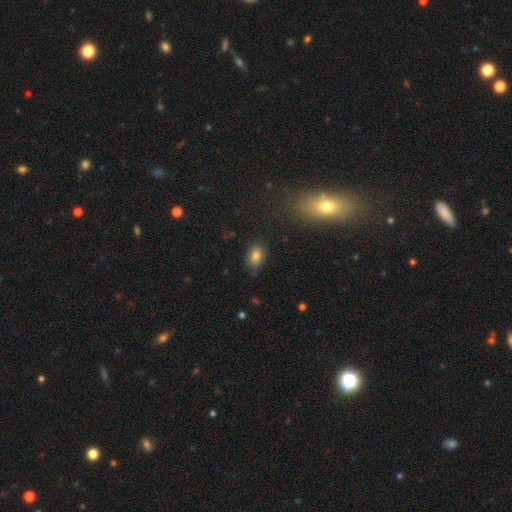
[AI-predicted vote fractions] This appears to be a smooth galaxy with no disk features (78%) that is in between round and cigar-shaped (81%). Merging: none (76%).